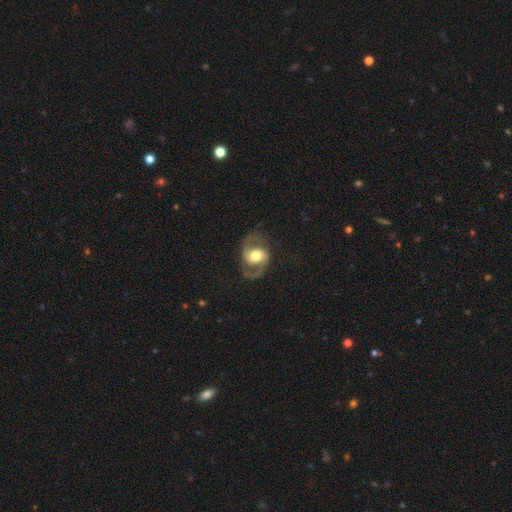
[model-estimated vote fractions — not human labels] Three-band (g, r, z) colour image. It shows a featured or disk galaxy (80%) with no bar (51%), 2 (90%) medium (53%) spiral arms (91%) and a moderate central bulge (59%). Merging: none (71%).